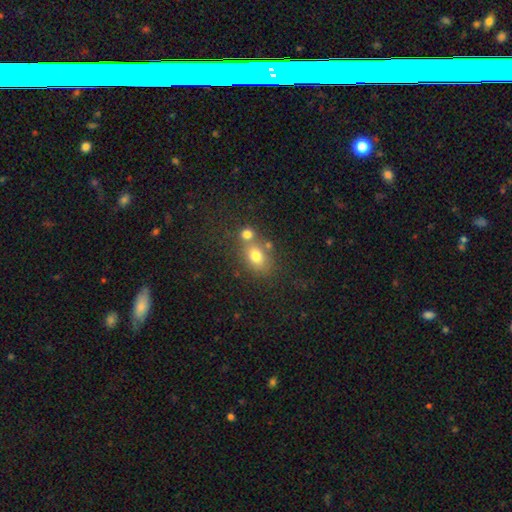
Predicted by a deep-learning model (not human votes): This is likely a smooth galaxy (74%). How rounded: likely in between (66%). Merging: possibly none (49%).